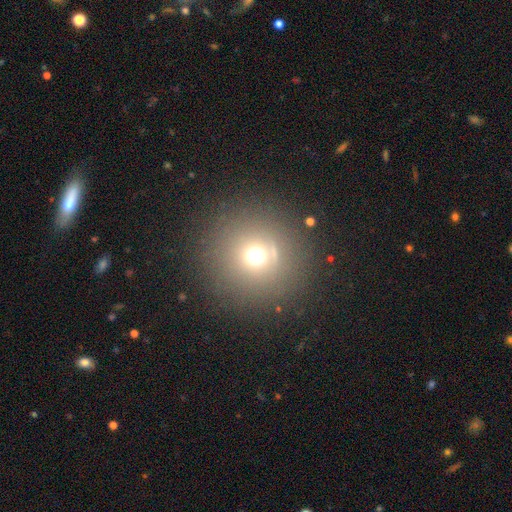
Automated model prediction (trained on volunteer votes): This appears to be a smooth galaxy with no disk features (61%) that is round (93%). Merging: none (85%).